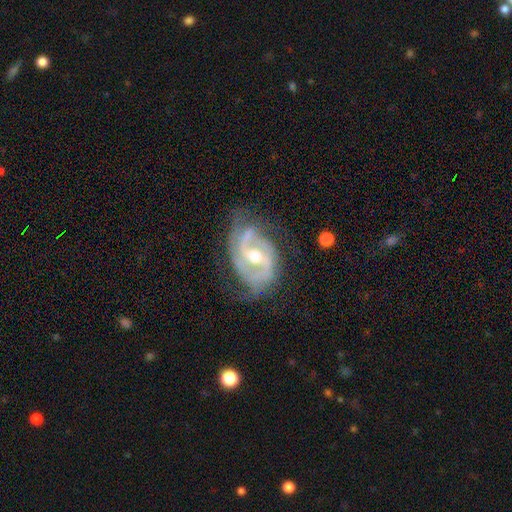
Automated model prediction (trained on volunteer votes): Smooth or featured? featured or disk (90%)
Edge-on disk? no (97%)
Bar? weak (44%)
Spiral arms? yes (96%)
Spiral winding? medium (48%)
Spiral arm count? 2 (63%)
Bulge size? moderate (72%)
Merging? none (64%)